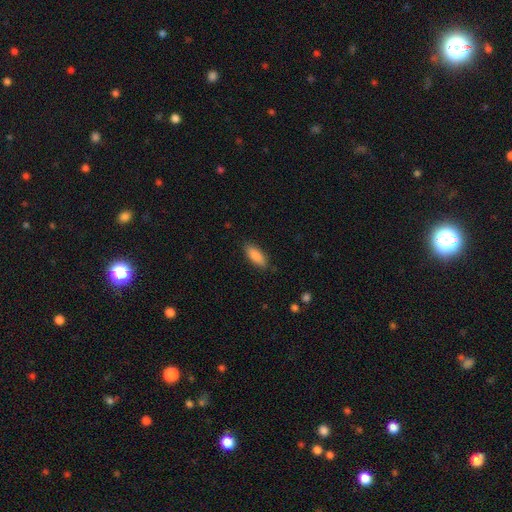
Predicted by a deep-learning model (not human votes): Smooth or featured? Predicted: smooth (p=0.88). How rounded? Predicted: in between (p=0.76). Merging? Predicted: none (p=0.85).